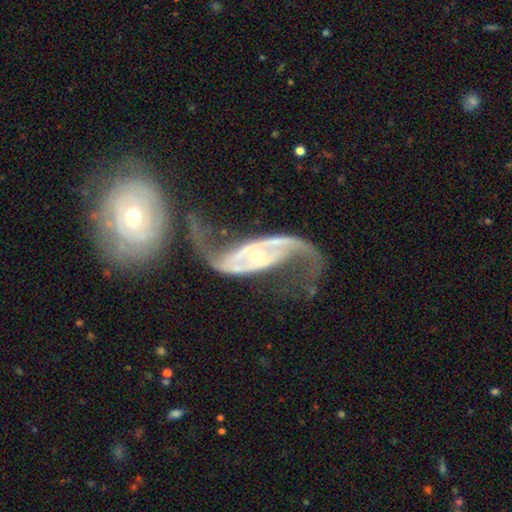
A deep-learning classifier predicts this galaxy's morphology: Smooth or featured? Predicted: featured or disk (p=0.91). Edge-on disk? Predicted: no (p=0.95). Bar? Predicted: no (p=0.38). Spiral arms? Predicted: yes (p=0.96). Spiral winding? Predicted: loose (p=0.63). Spiral arm count? Predicted: 2 (p=0.91). Bulge size? Predicted: small (p=0.55). Merging? Predicted: merger (p=0.34).